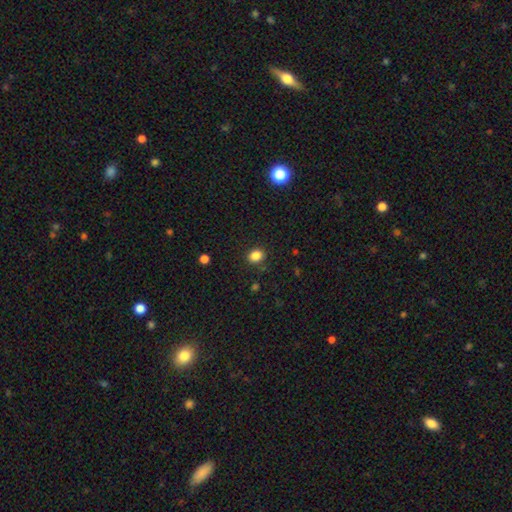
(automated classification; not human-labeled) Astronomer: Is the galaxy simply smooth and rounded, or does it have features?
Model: smooth — 85%.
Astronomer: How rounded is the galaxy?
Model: in between — 50% (runner-up: round, 49%).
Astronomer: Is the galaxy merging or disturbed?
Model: none — 87%.